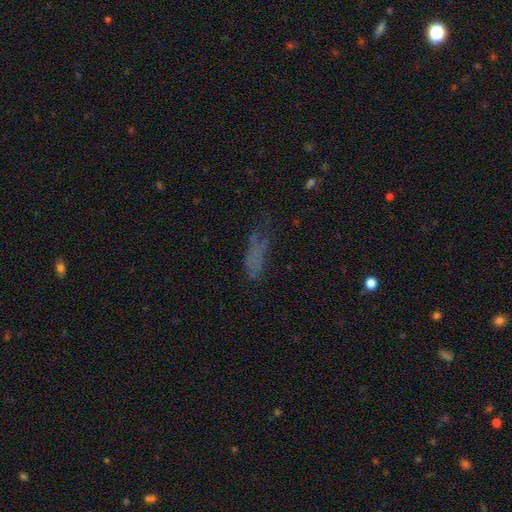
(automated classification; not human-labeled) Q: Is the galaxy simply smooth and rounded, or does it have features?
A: smooth — 55%.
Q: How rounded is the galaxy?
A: cigar-shaped — 49%.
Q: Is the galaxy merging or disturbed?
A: none — 46%.